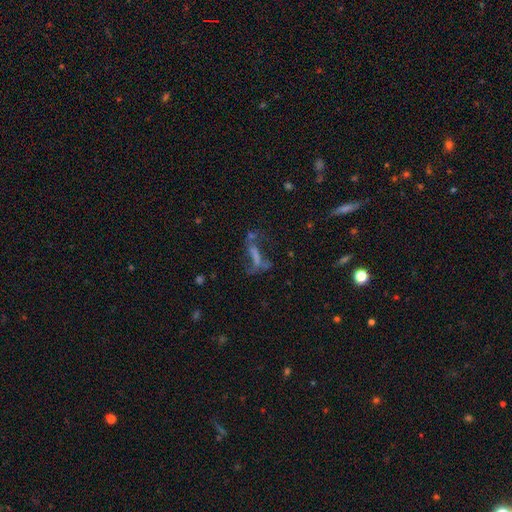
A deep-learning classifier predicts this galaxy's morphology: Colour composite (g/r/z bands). It shows a featured or disk galaxy (42%). Merging: none (39%).